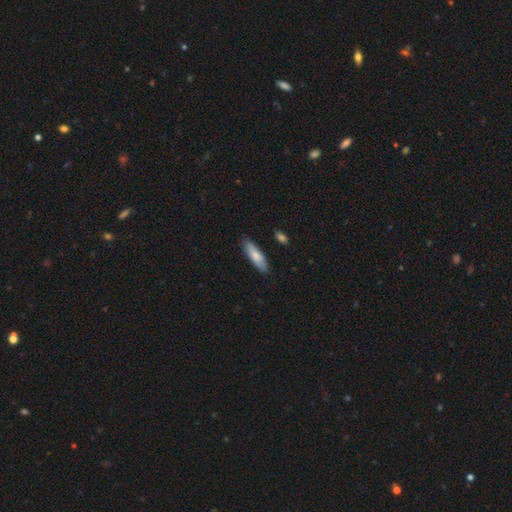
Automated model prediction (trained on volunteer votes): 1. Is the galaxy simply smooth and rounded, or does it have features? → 79% smooth, 15% featured or disk, 5% star or artifact.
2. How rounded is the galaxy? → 57% cigar-shaped, 42% in between, 2% round.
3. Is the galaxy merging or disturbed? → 86% none, 10% minor disturbance, 2% major disturbance, 2% merger.